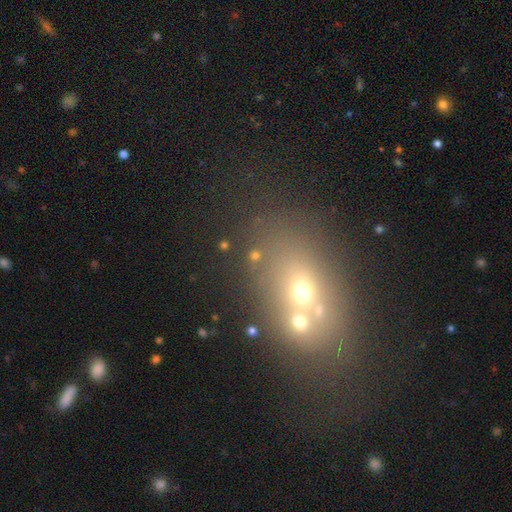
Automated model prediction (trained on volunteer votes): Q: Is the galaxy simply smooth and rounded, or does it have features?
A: smooth — 49%.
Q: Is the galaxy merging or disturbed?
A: merger — 43%.